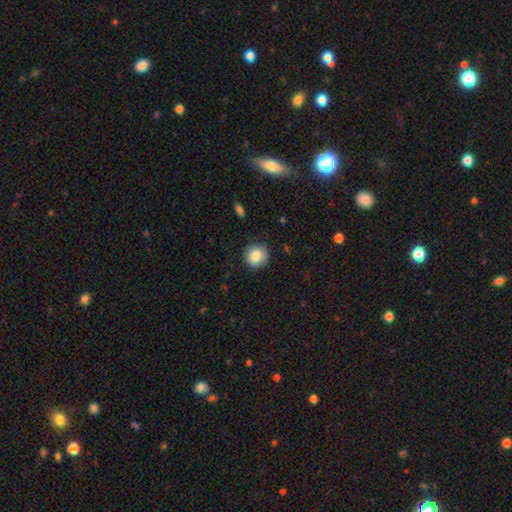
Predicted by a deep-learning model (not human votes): Smooth or featured: smooth — 86% (star or artifact — 8%)
How rounded: round — 92% (in between — 7%)
Merging: none — 87% (minor disturbance — 10%)